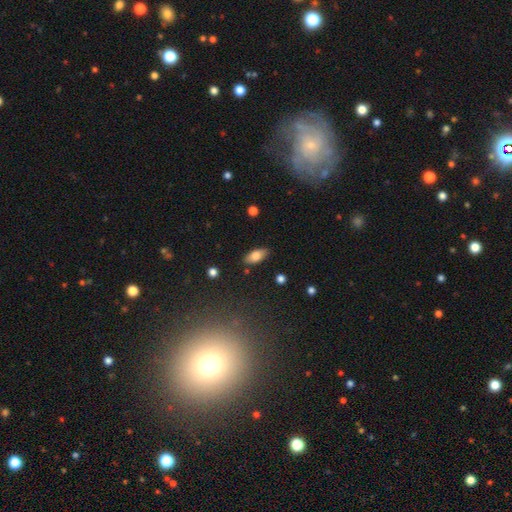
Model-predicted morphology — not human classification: A smooth galaxy with no disk features (80%) that is in between round and cigar-shaped (89%). Merging: none (86%).